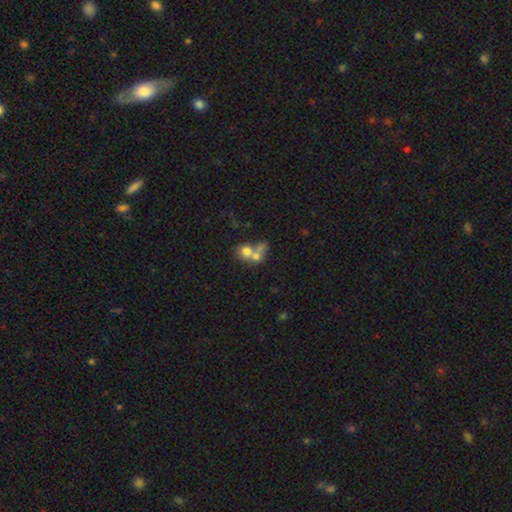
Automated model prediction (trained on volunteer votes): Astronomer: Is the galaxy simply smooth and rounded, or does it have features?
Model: smooth — 64%.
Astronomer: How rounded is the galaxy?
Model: round — 70%.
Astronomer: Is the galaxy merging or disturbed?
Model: merger — 67%.